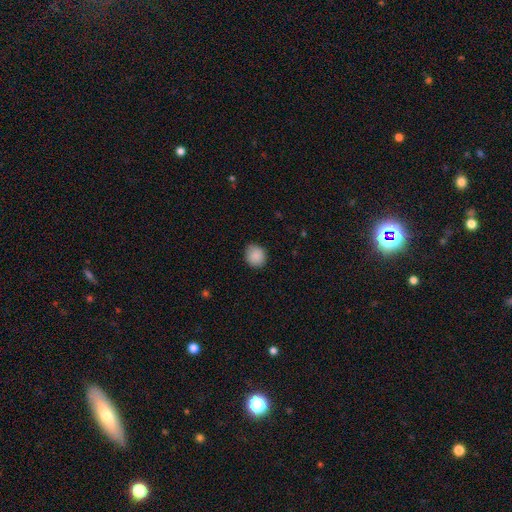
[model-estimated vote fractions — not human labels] The model was most divided on "how rounded": round: 80%, in between: 19%, cigar-shaped: 1%. More confident: smooth or featured — smooth (89%); merging — none (84%).